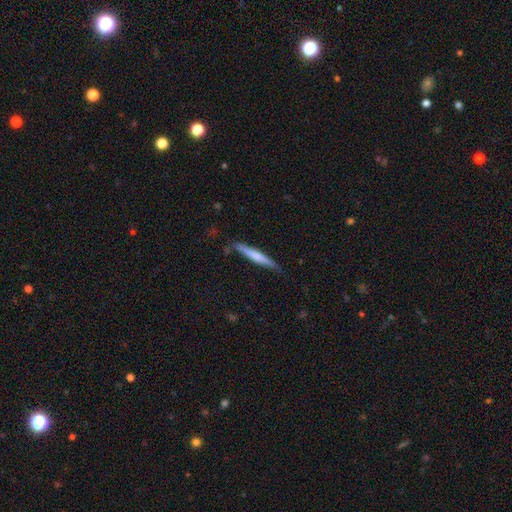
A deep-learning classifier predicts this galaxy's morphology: A smooth galaxy with no disk features (57%) that is cigar-shaped (95%).

Vote fractions:
- Smooth or featured? smooth: 57% / featured or disk: 38% / star or artifact: 5%
- How rounded? cigar-shaped: 95% / in between: 4% / round: 1%
- Merging? none: 76% / minor disturbance: 18% / major disturbance: 3% / merger: 3%